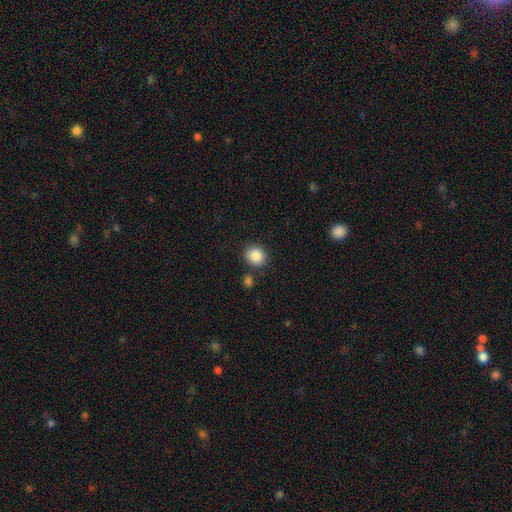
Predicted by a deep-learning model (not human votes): This appears to be a smooth galaxy with no disk features (87%) that is round (81%). Merging: none (80%).